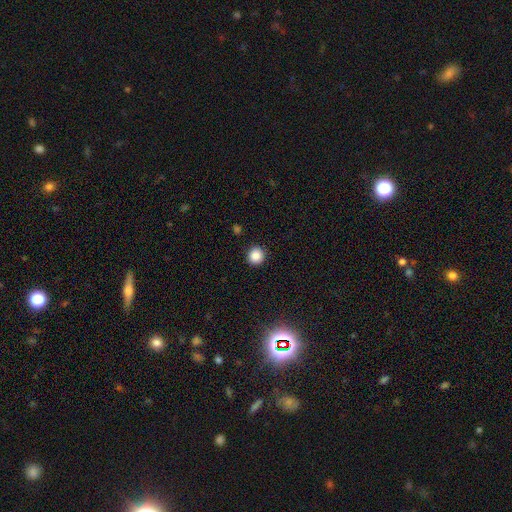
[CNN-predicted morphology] The model was most divided on "smooth or featured": smooth: 86%, star or artifact: 10%, featured or disk: 3%. More confident: how rounded — round (93%); merging — none (92%).